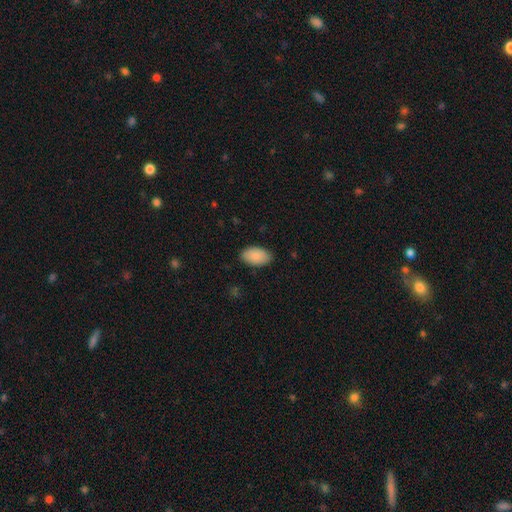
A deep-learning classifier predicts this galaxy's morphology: type=smooth (89%); roundness=in between (95%); merging=none (85%).